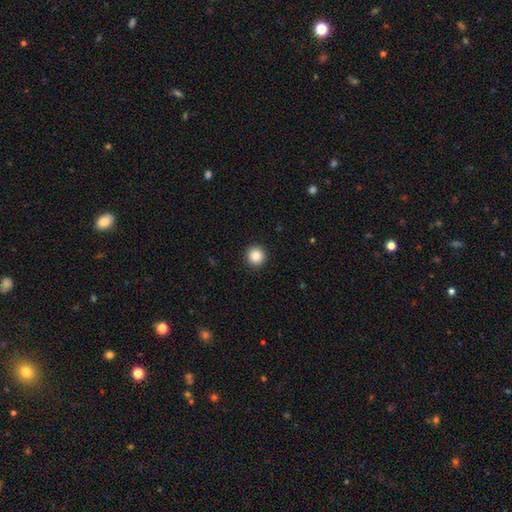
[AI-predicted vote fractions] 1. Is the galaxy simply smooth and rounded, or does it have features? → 86% smooth, 10% star or artifact, 4% featured or disk.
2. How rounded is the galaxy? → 96% round, 3% in between, 1% cigar-shaped.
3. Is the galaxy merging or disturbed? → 93% none, 4% minor disturbance, 2% major disturbance, 1% merger.